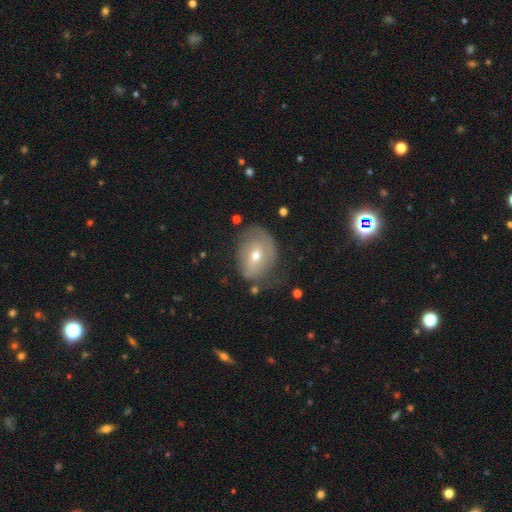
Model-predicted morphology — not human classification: type=featured or disk (56%); edge-on=no (94%); bar=no (47%); spiral arms=yes (65%); bulge=moderate (56%); merging=none (60%).